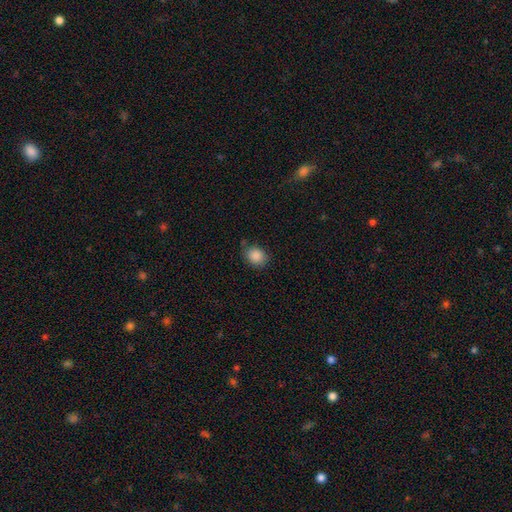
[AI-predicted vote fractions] A smooth galaxy with no disk features (87%) that is round (59%). Merging: none (71%).